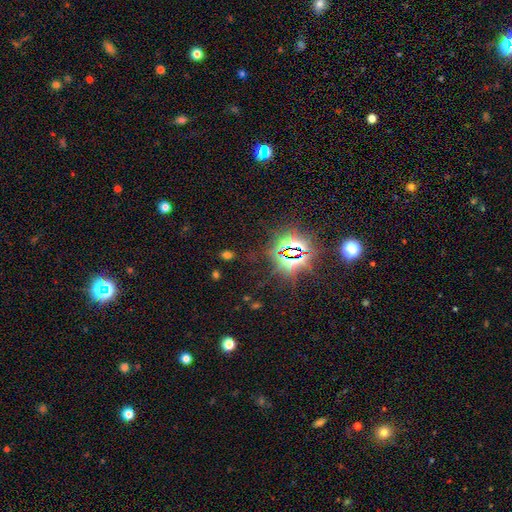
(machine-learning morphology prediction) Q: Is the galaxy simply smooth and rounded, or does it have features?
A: star or artifact — 80%.